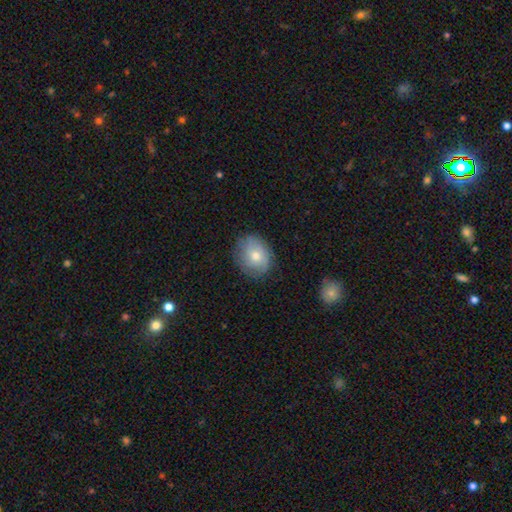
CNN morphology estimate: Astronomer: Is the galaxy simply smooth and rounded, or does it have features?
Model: smooth — 55% (runner-up: featured or disk, 36%).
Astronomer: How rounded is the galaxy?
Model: round — 62% (runner-up: in between, 37%).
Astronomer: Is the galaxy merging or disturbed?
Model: none — 78%.